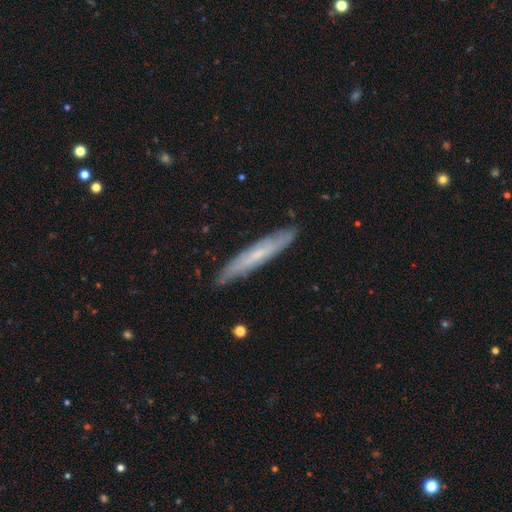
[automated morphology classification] Smooth or featured: featured or disk — 49% (smooth — 43%)
Merging: none — 87% (minor disturbance — 10%)